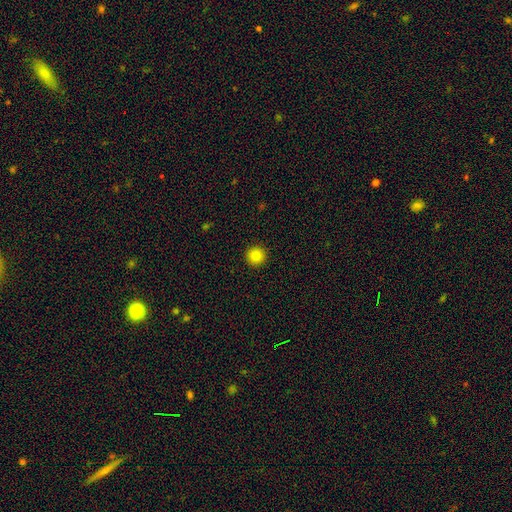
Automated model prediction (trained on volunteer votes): Smooth or featured? Predicted: smooth (p=0.82). How rounded? Predicted: round (p=0.97). Merging? Predicted: none (p=0.94).